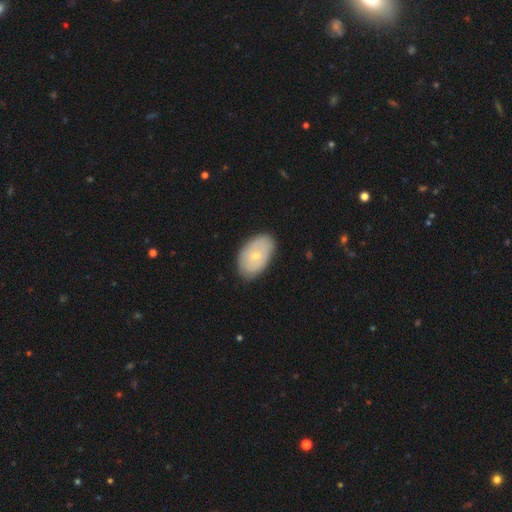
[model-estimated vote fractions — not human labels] smooth 59%, featured or disk 35%, star or artifact 6%. Down the decision tree: how rounded — in between (91%); merging — none (81%).